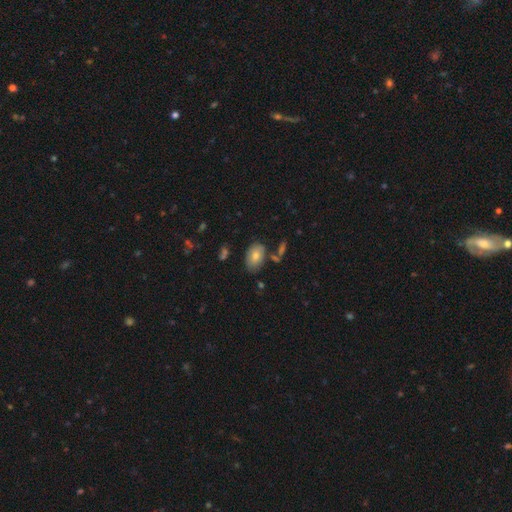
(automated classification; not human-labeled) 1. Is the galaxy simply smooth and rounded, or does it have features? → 76% smooth, 16% featured or disk, 8% star or artifact.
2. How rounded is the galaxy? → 89% in between, 10% round, 1% cigar-shaped.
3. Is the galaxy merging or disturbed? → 74% none, 15% minor disturbance, 6% merger, 4% major disturbance.